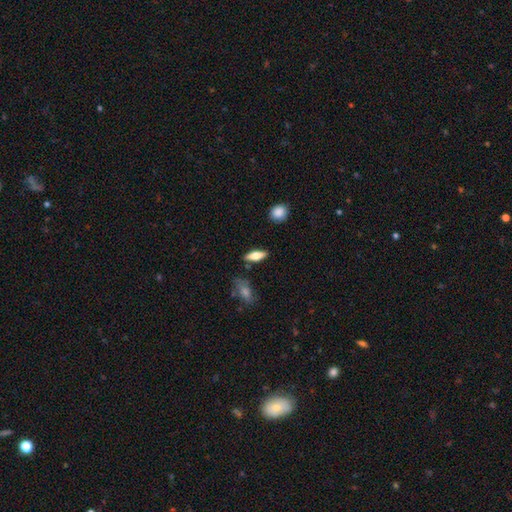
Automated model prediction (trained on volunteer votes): A smooth galaxy with no disk features (67%) that is in between round and cigar-shaped (61%). Merging: none (82%).